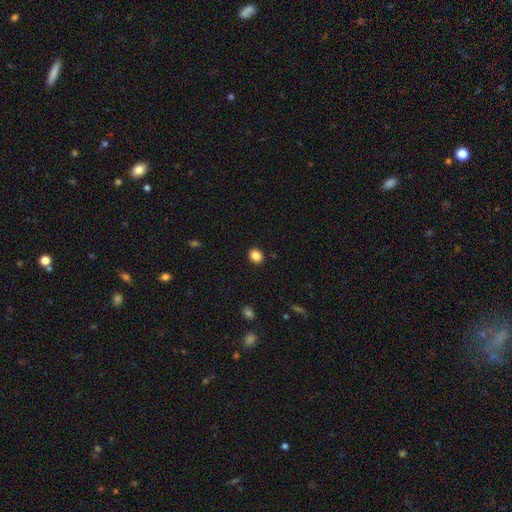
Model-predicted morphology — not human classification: Smooth or featured?
  - smooth: 86% *
  - star or artifact: 10%
  - featured or disk: 4%
How rounded?
  - round: 58% *
  - in between: 41%
  - cigar-shaped: 1%
Merging?
  - none: 90% *
  - minor disturbance: 7%
  - major disturbance: 2%
  - merger: 1%